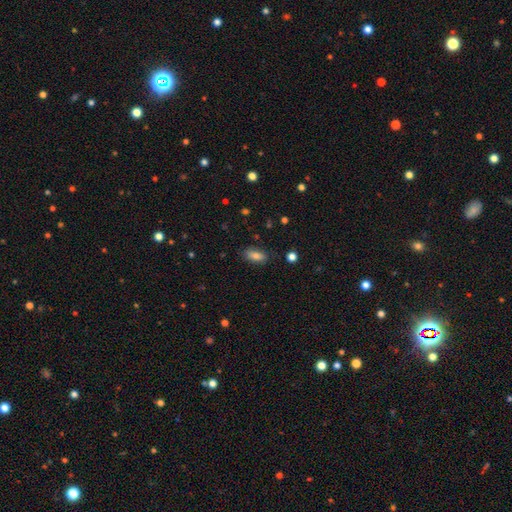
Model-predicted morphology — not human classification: Overall: smooth (80%). How rounded: in between (86%). Merging: none (81%).